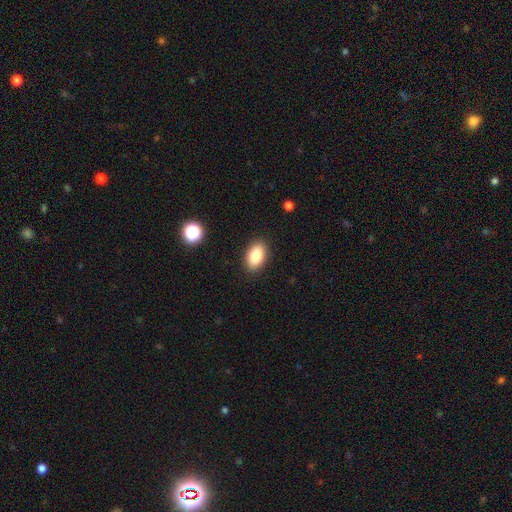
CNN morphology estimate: Smooth or featured? Predicted: smooth (p=0.84). How rounded? Predicted: in between (p=0.91). Merging? Predicted: none (p=0.89).